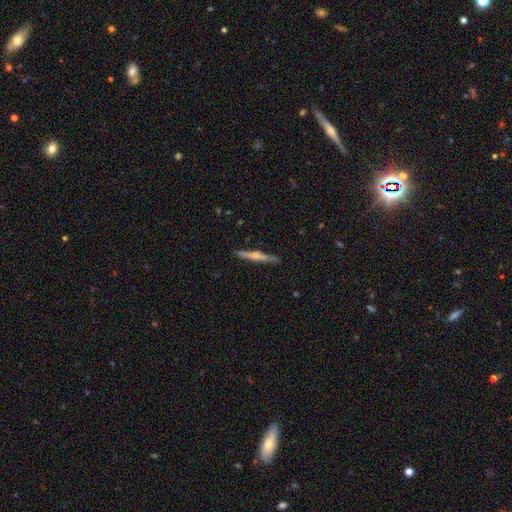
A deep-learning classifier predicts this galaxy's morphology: This appears to be a featured or disk galaxy (53%) viewed edge-on (97%) with a rounded central bulge (61%). Merging: none (89%).